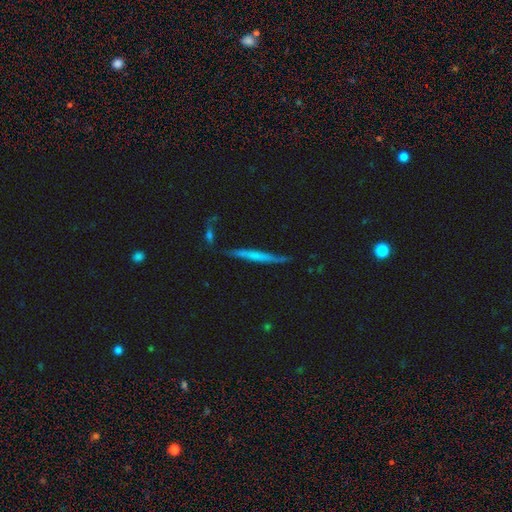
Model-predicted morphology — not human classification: A featured or disk galaxy (47%). Merging: none (76%).